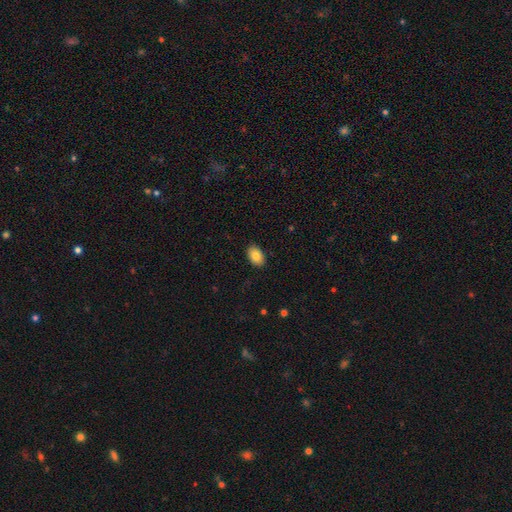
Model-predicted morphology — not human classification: smooth 84%, featured or disk 9%, star or artifact 8%. Down the decision tree: how rounded — in between (88%); merging — none (88%).